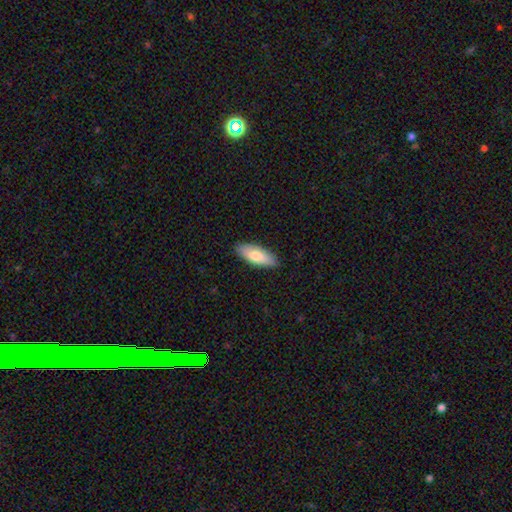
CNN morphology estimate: type=smooth (76%); roundness=in between (73%); merging=none (88%).